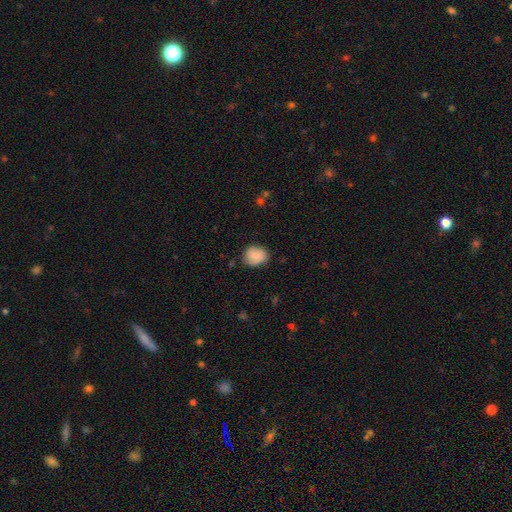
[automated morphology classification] Smooth or featured: smooth — 85% (featured or disk — 7%)
How rounded: round — 58% (in between — 42%)
Merging: none — 74% (minor disturbance — 21%)